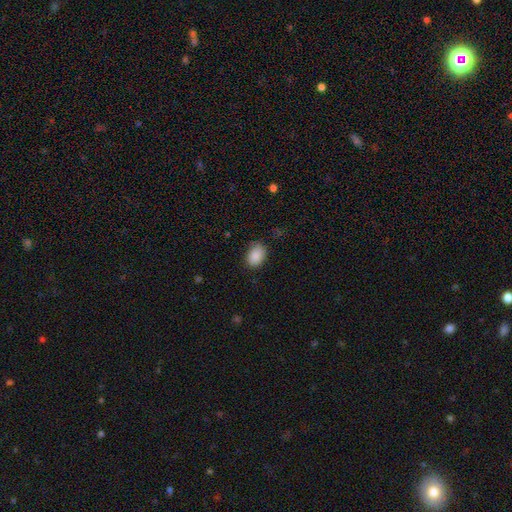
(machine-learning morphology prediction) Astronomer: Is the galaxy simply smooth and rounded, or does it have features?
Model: smooth — 88%.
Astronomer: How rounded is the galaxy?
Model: in between — 81%.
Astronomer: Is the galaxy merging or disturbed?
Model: none — 80%.